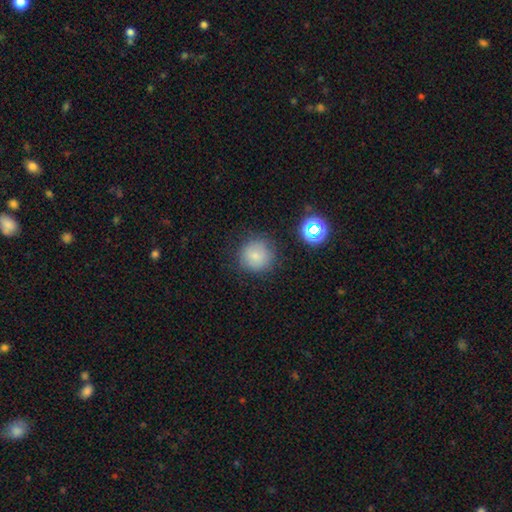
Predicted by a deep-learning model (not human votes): smooth_or_featured: smooth (p=0.81) [alt: star or artifact p=0.12]
how_rounded: round (p=0.93) [alt: in between p=0.06]
merging: none (p=0.81) [alt: minor disturbance p=0.13]